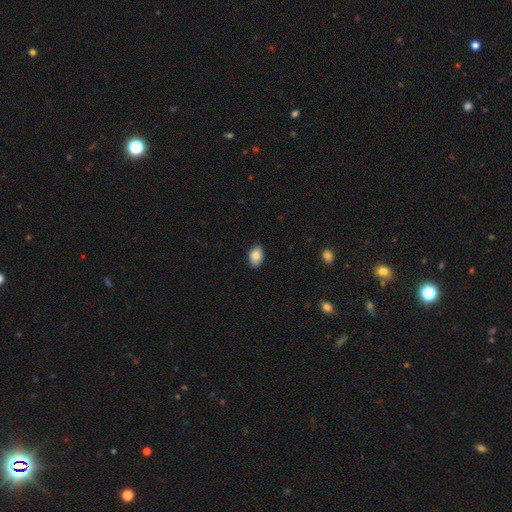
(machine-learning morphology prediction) smooth_or_featured: smooth (p=0.88) [alt: star or artifact p=0.07]
how_rounded: in between (p=0.87) [alt: round p=0.12]
merging: none (p=0.85) [alt: minor disturbance p=0.12]